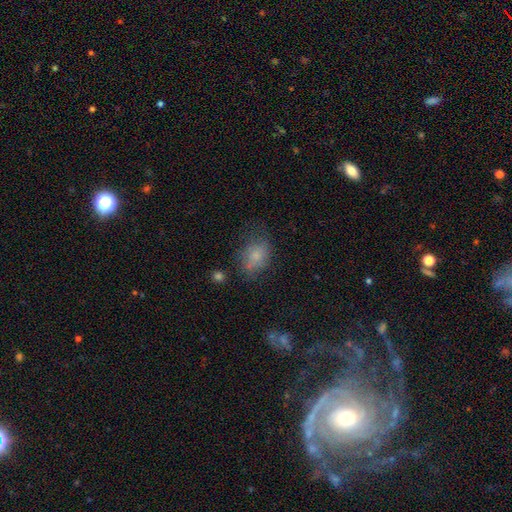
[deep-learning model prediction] Overall: smooth (68%). How rounded: in between (64%; round 34%). Merging: none (54%; minor disturbance 26%).